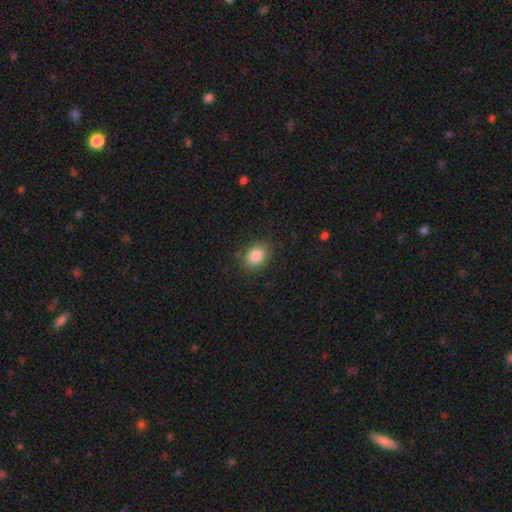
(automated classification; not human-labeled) smooth 85%, star or artifact 9%, featured or disk 6%. Down the decision tree: how rounded — in between (60%); merging — none (83%).